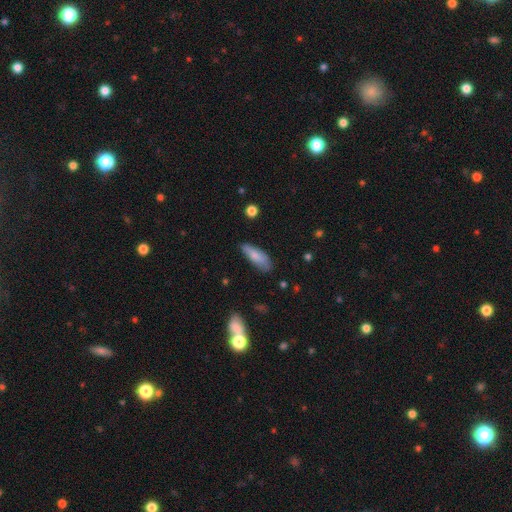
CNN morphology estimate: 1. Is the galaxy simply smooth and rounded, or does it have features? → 80% smooth, 14% featured or disk, 6% star or artifact.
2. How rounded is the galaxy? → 54% in between, 44% cigar-shaped, 2% round.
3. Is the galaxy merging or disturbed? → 73% none, 21% minor disturbance, 4% major disturbance, 2% merger.